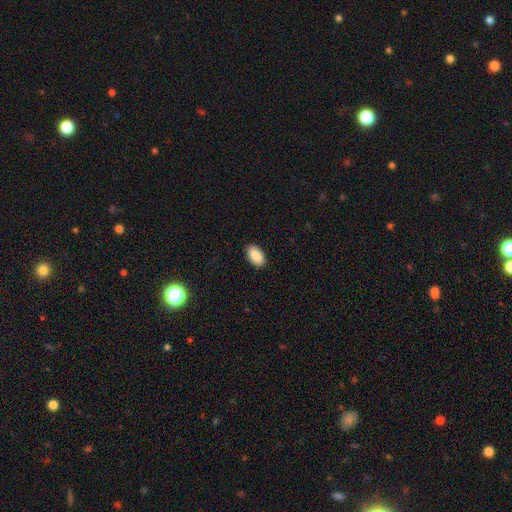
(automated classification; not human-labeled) Smooth or featured? smooth (88%)
How rounded? in between (94%)
Merging? none (90%)